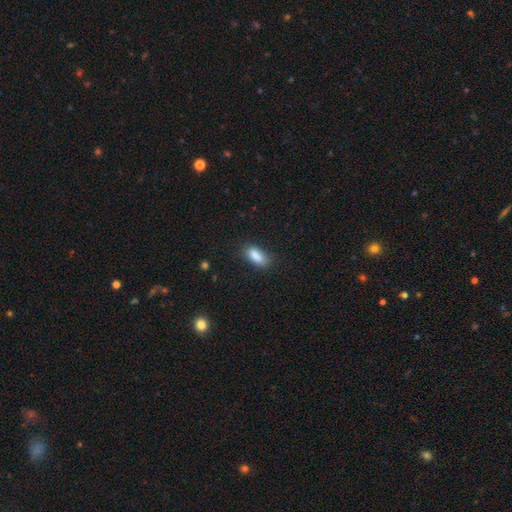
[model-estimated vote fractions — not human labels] Smooth or featured? smooth (85%)
How rounded? in between (79%)
Merging? none (74%)